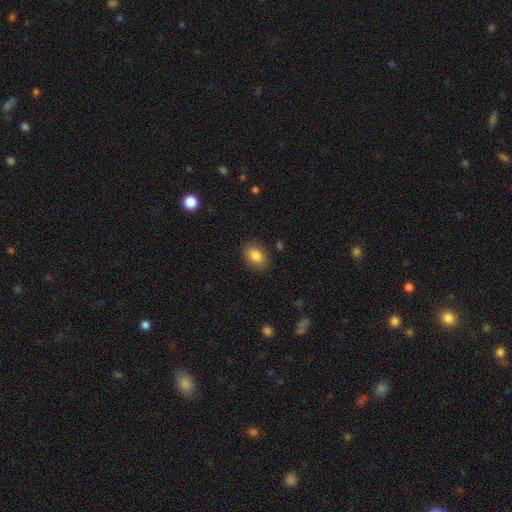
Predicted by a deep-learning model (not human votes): Morphology: type=smooth (84%); roundness=in between (80%); merging=none (87%).